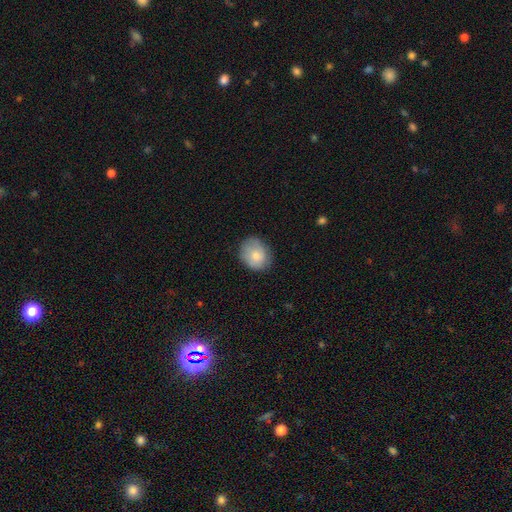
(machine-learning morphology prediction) A smooth galaxy with no disk features (79%) that is round (60%).

Vote fractions:
- Smooth or featured? smooth: 79% / featured or disk: 14% / star or artifact: 7%
- How rounded? round: 60% / in between: 39% / cigar-shaped: 1%
- Merging? none: 76% / minor disturbance: 19% / major disturbance: 4% / merger: 1%